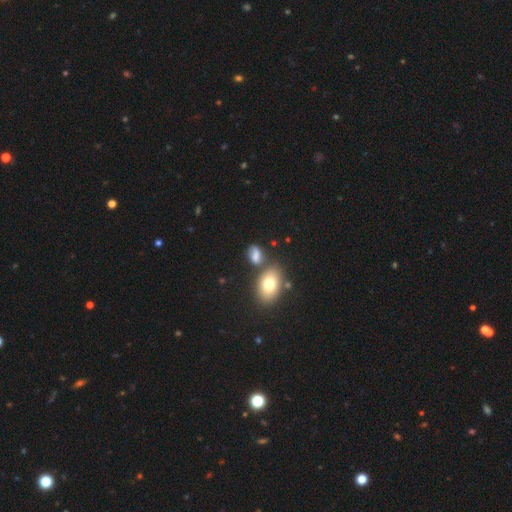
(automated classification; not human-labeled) Smooth or featured?
  - smooth: 72% *
  - featured or disk: 16%
  - star or artifact: 13%
How rounded?
  - in between: 81% *
  - round: 16%
  - cigar-shaped: 3%
Merging?
  - none: 58% *
  - minor disturbance: 19%
  - merger: 16%
  - major disturbance: 8%